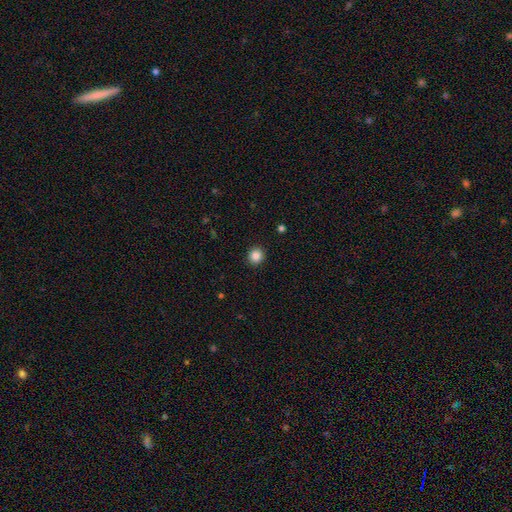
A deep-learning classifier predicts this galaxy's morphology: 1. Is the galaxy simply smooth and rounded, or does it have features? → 86% smooth, 11% star or artifact, 4% featured or disk.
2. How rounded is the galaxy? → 92% round, 7% in between, 1% cigar-shaped.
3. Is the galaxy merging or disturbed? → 93% none, 5% minor disturbance, 2% major disturbance, 1% merger.